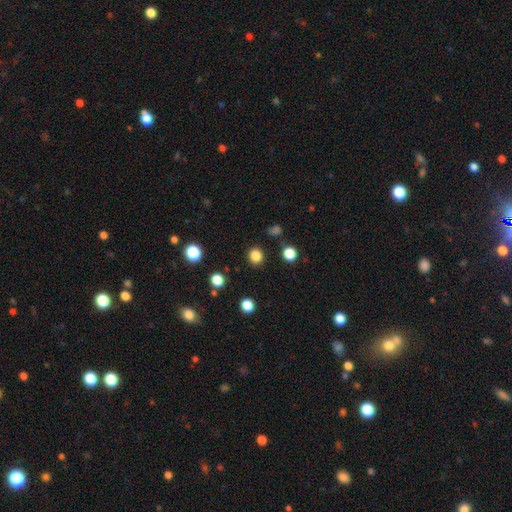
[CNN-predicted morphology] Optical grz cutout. It shows a smooth galaxy with no disk features (84%) that is round (84%). Merging: none (89%).